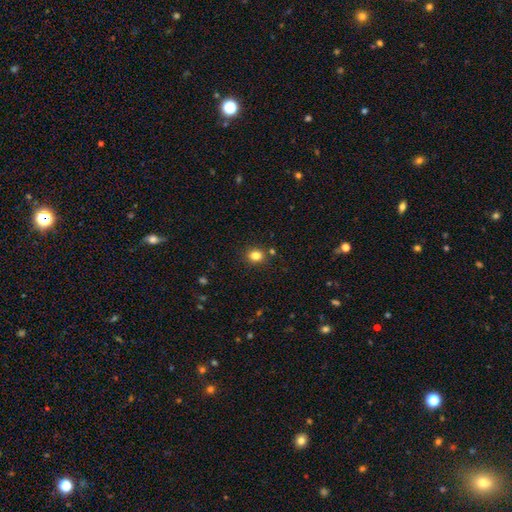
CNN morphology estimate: smooth 82%, star or artifact 13%, featured or disk 5%. Down the decision tree: how rounded — round (69%); merging — none (85%).